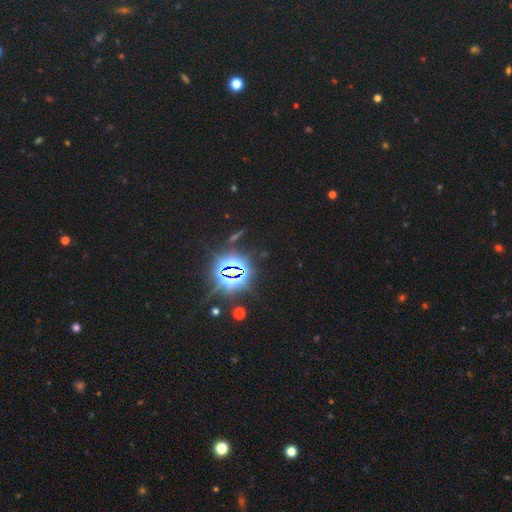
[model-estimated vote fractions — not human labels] Q: Smooth or featured?
A: star or artifact (80%); runner-up: smooth (13%)